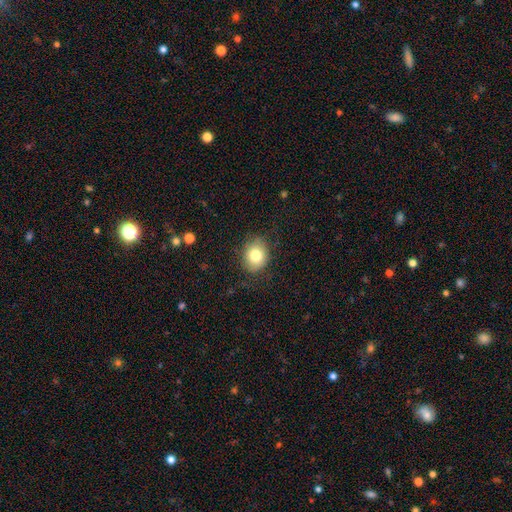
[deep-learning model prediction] smooth-or-featured: smooth: 79% | featured or disk: 12% | star or artifact: 10%
  how-rounded: round: 53% | in between: 46% | cigar-shaped: 1%
  merging: none: 80% | minor disturbance: 14% | major disturbance: 4% | merger: 1%